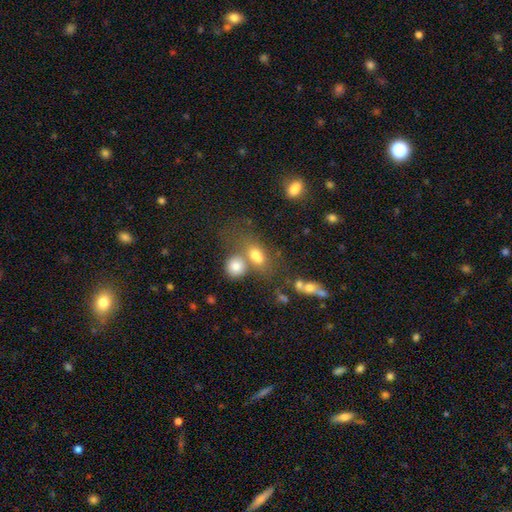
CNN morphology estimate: Smooth or featured?
  - smooth: 73% *
  - featured or disk: 14%
  - star or artifact: 13%
How rounded?
  - in between: 71% *
  - round: 24%
  - cigar-shaped: 5%
Merging?
  - merger: 42% *
  - none: 37%
  - minor disturbance: 12%
  - major disturbance: 8%